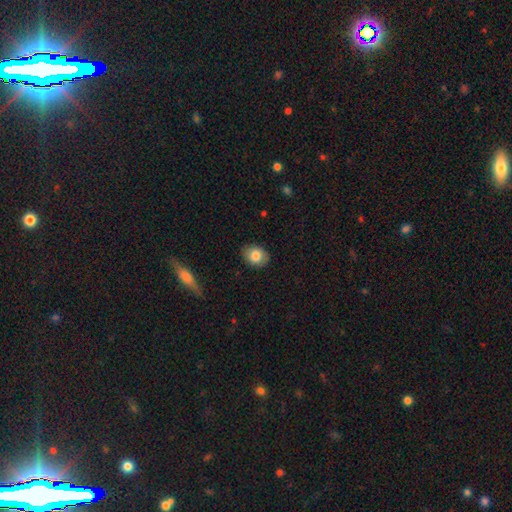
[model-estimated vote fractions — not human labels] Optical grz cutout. It shows a smooth galaxy with no disk features (82%) that is in between round and cigar-shaped (60%). Merging: none (86%).